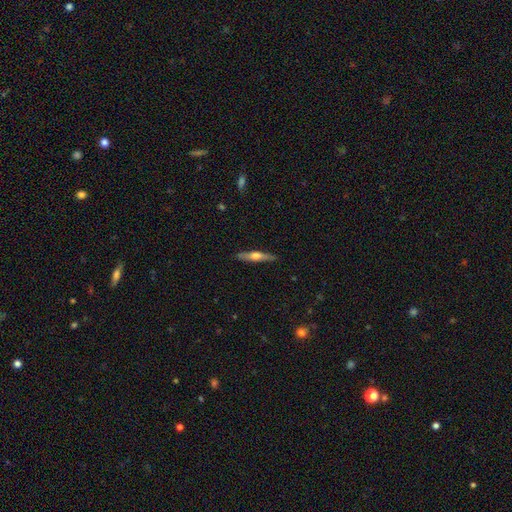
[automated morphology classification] smooth-or-featured: featured or disk: 51% | smooth: 43% | star or artifact: 6%
  disk-edge-on: yes: 93% | no: 7%
  merging: none: 88% | minor disturbance: 9% | major disturbance: 2% | merger: 1%